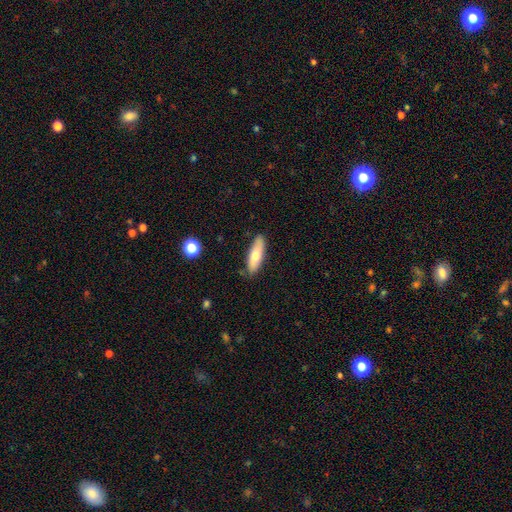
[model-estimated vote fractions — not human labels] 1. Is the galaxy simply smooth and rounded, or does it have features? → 70% smooth, 24% featured or disk, 6% star or artifact.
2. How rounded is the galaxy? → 50% in between, 48% cigar-shaped, 2% round.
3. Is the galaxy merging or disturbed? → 84% none, 12% minor disturbance, 2% major disturbance, 2% merger.